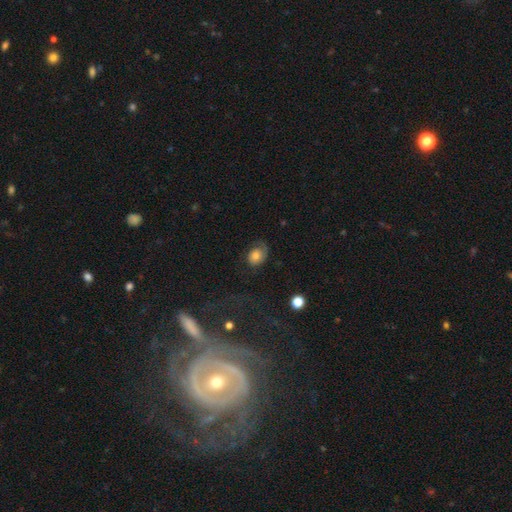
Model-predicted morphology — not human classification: A smooth galaxy with no disk features (57%) that is in between round and cigar-shaped (57%). Merging: none (53%).